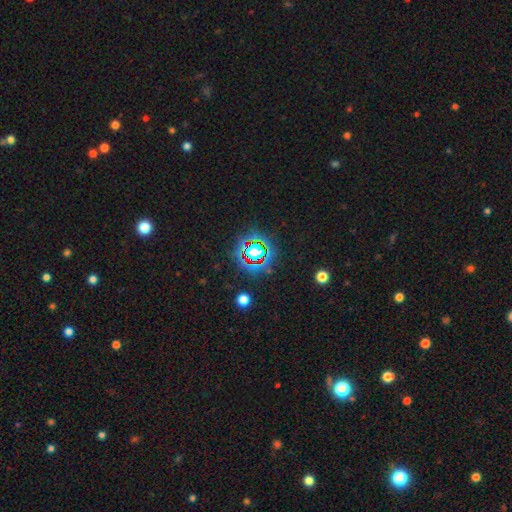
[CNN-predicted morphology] type=star or artifact (78%).